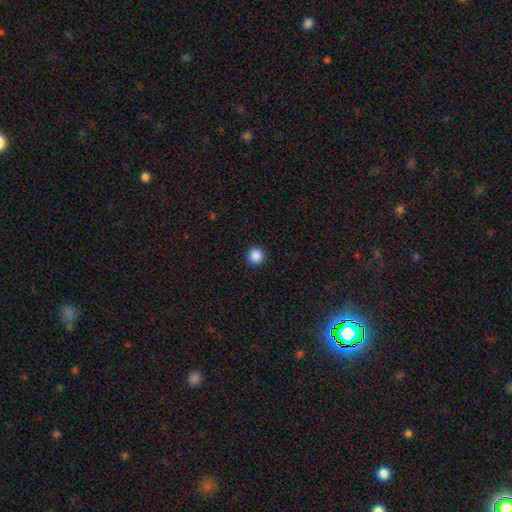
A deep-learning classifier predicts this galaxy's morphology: Smooth or featured? smooth (87%)
How rounded? round (96%)
Merging? none (93%)